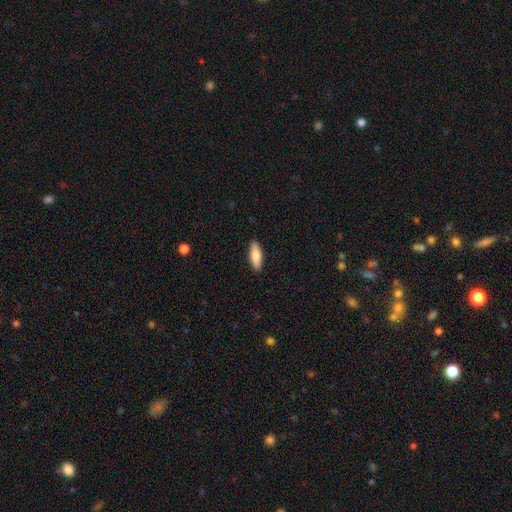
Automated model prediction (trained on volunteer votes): A smooth galaxy with no disk features (78%) that is in between round and cigar-shaped (54%). Merging: none (89%).